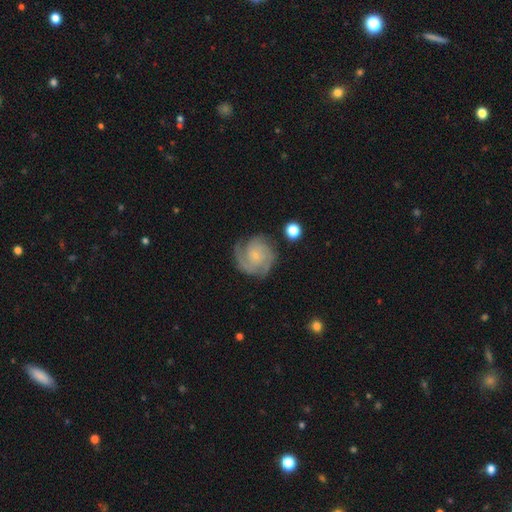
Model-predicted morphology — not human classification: The model was most divided on "spiral arm count": 2: 34%, 3: 33%, can't tell: 16%, 4: 6%, 1: 6%, more than 4: 5%. More confident: edge-on disk — no (98%); spiral arms — yes (97%); smooth or featured — featured or disk (83%); merging — none (74%); bulge size — small (74%); bar — no (70%); spiral winding — tight (57%).